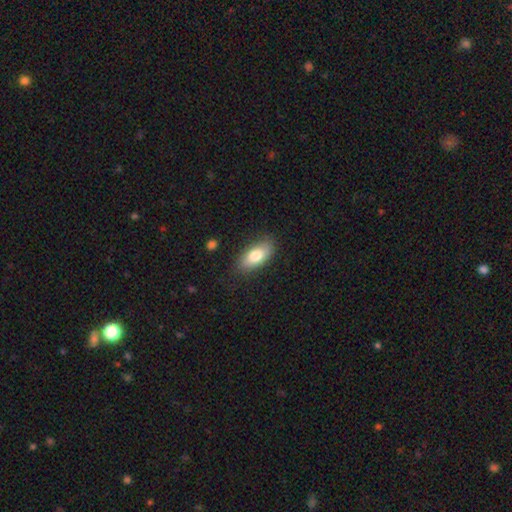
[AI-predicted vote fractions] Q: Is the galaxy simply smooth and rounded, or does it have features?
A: smooth — 79%.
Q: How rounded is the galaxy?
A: in between — 87%.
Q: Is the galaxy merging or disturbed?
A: none — 83%.